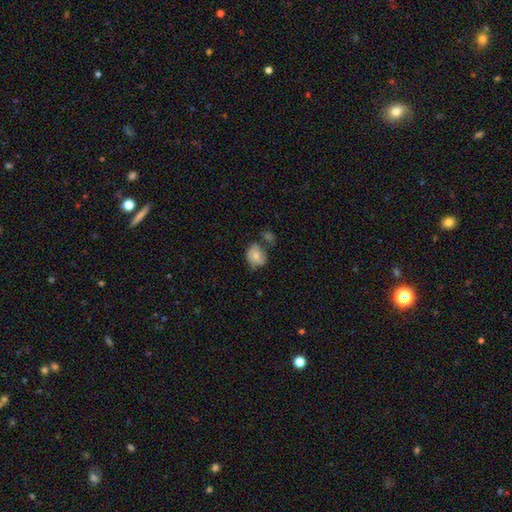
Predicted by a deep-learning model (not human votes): smooth_or_featured: smooth (p=0.67) [alt: featured or disk p=0.25]
how_rounded: round (p=0.55) [alt: in between p=0.44]
merging: none (p=0.46) [alt: minor disturbance p=0.27]